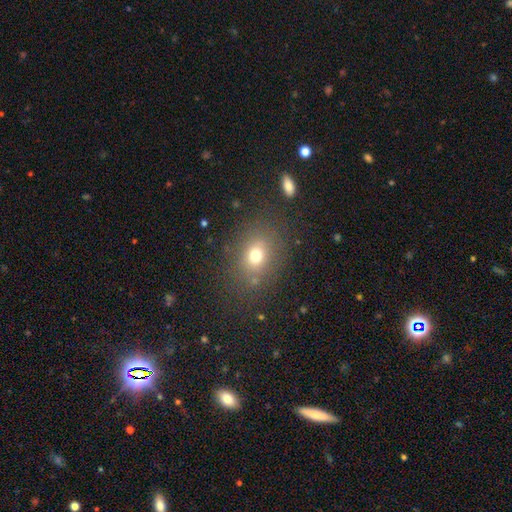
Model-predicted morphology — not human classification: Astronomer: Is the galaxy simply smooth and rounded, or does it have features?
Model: smooth — 71%.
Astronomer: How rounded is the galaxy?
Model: round — 51% (runner-up: in between, 48%).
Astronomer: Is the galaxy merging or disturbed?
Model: none — 78%.